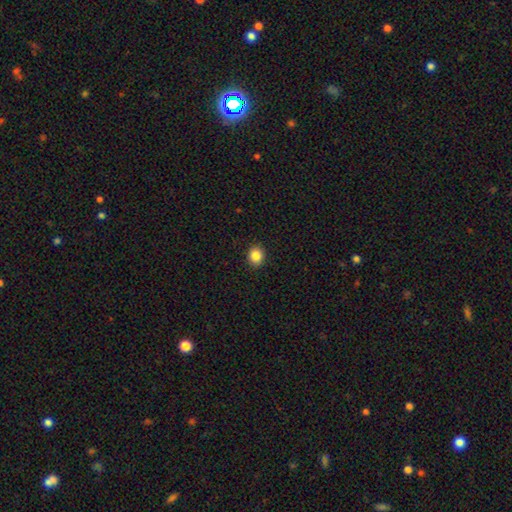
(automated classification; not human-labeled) Smooth or featured? smooth (86%)
How rounded? round (65%)
Merging? none (92%)